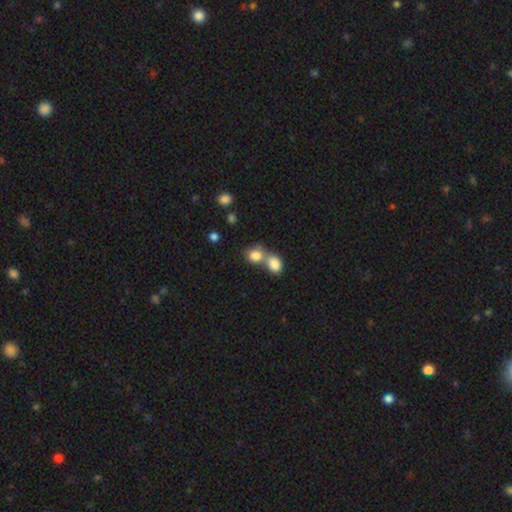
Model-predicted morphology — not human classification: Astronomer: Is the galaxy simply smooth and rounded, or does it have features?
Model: smooth — 83%.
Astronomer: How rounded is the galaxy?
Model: round — 62%.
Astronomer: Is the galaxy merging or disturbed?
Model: merger — 61%.